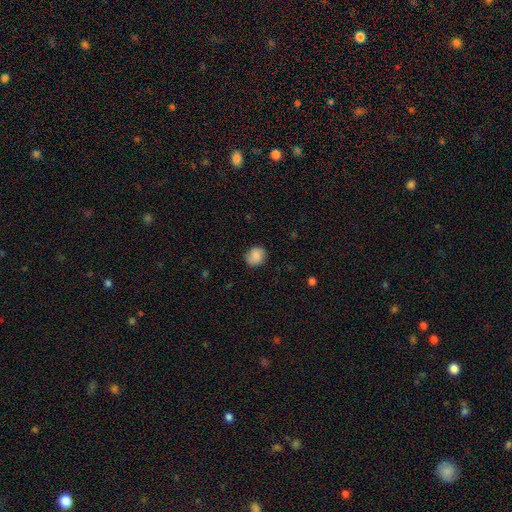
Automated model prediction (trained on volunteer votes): Smooth or featured?
  - smooth: 87% *
  - star or artifact: 8%
  - featured or disk: 5%
How rounded?
  - round: 75% *
  - in between: 24%
  - cigar-shaped: 1%
Merging?
  - none: 85% *
  - minor disturbance: 11%
  - major disturbance: 3%
  - merger: 1%